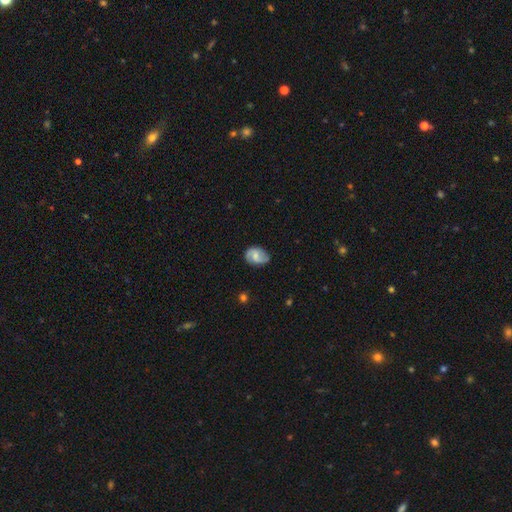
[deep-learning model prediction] Smooth or featured: featured or disk — 48% (smooth — 44%)
Merging: none — 72% (minor disturbance — 22%)